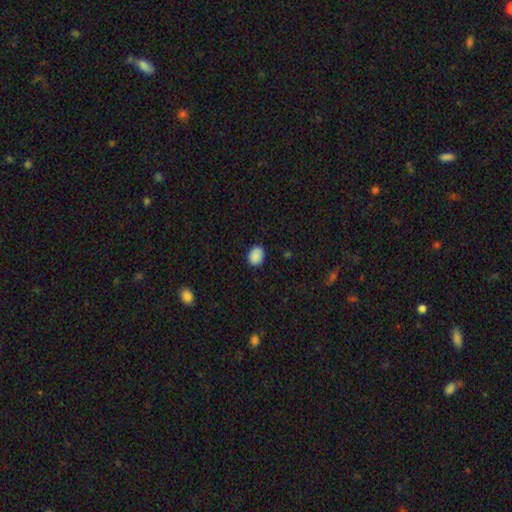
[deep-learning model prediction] This is clearly a smooth galaxy (89%). How rounded: possibly in between (56%). Merging: clearly none (86%).